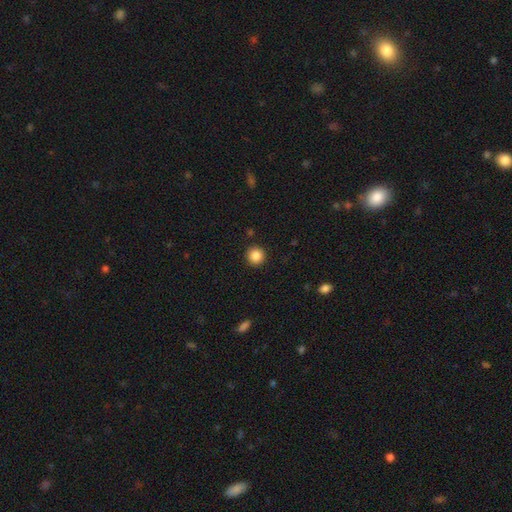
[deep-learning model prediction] smooth 86%, star or artifact 10%, featured or disk 4%. Down the decision tree: how rounded — round (94%); merging — none (92%).